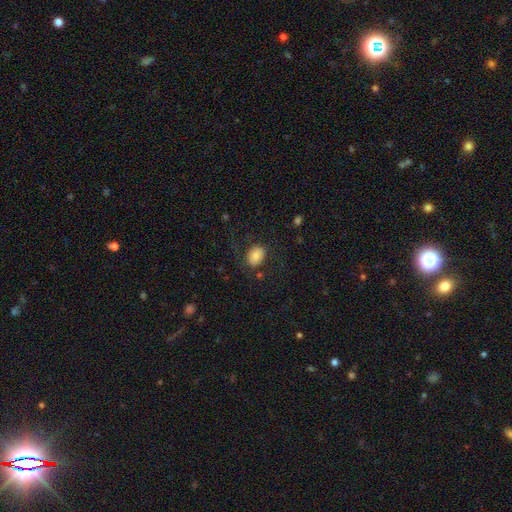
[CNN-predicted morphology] smooth-or-featured: smooth: 79% | featured or disk: 12% | star or artifact: 9%
  how-rounded: in between: 71% | round: 28% | cigar-shaped: 1%
  merging: none: 74% | minor disturbance: 16% | major disturbance: 9% | merger: 2%